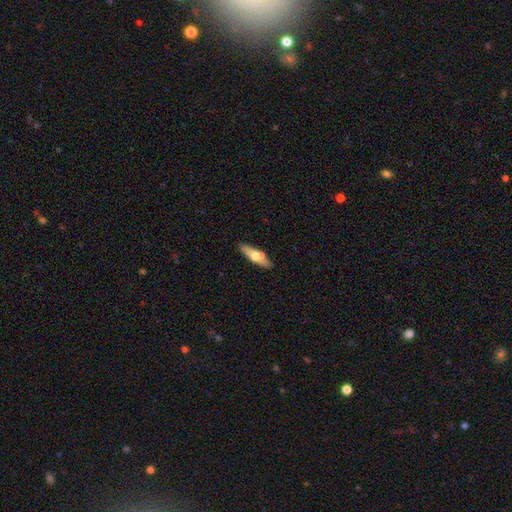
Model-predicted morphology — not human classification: Smooth or featured? smooth (51%)
How rounded? cigar-shaped (57%)
Merging? none (78%)